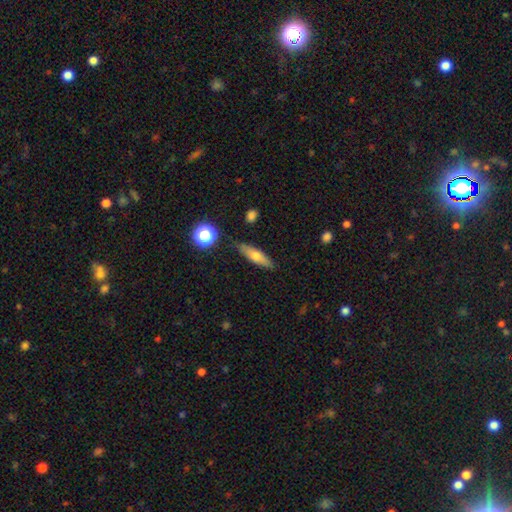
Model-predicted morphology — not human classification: A smooth galaxy with no disk features (58%) that is cigar-shaped (63%). Merging: none (84%).